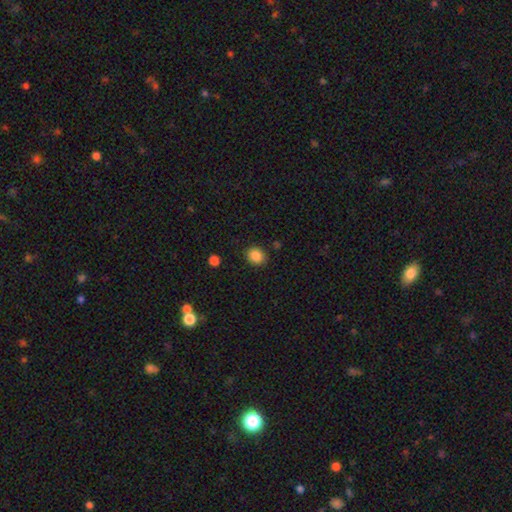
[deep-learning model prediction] Smooth or featured? Predicted: smooth (p=0.86). How rounded? Predicted: round (p=0.69). Merging? Predicted: none (p=0.87).